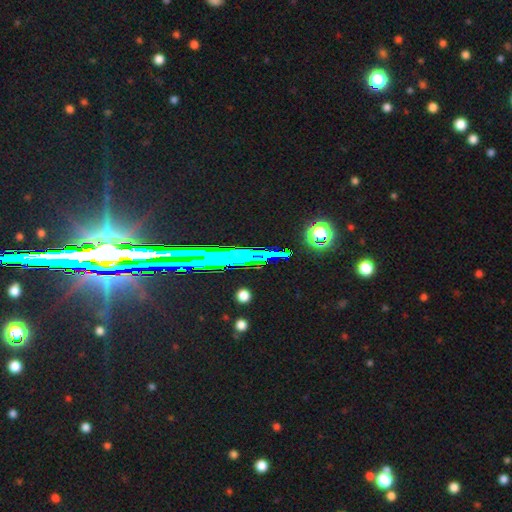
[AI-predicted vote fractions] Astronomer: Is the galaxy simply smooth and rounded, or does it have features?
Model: star or artifact — 59%.